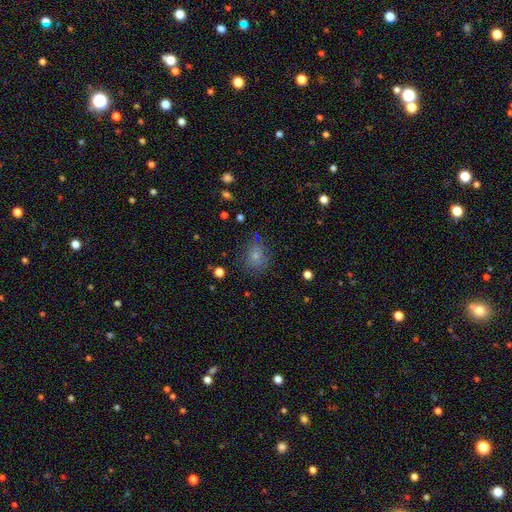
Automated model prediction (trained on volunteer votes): Overall: smooth (57%; star or artifact 26%). How rounded: round (76%). Merging: none (76%).